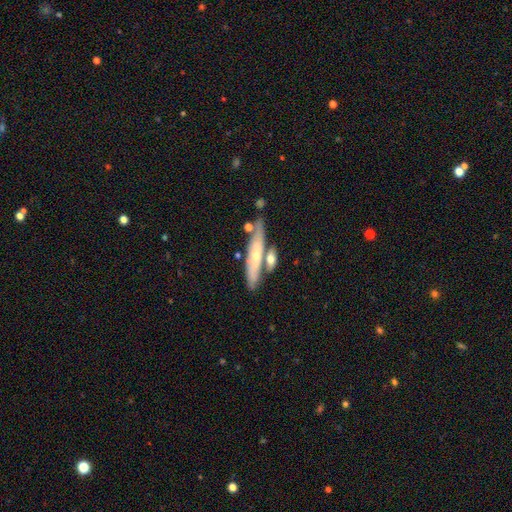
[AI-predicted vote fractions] Smooth or featured? Predicted: featured or disk (p=0.51). Edge-on disk? Predicted: yes (p=0.65). Merging? Predicted: none (p=0.62).